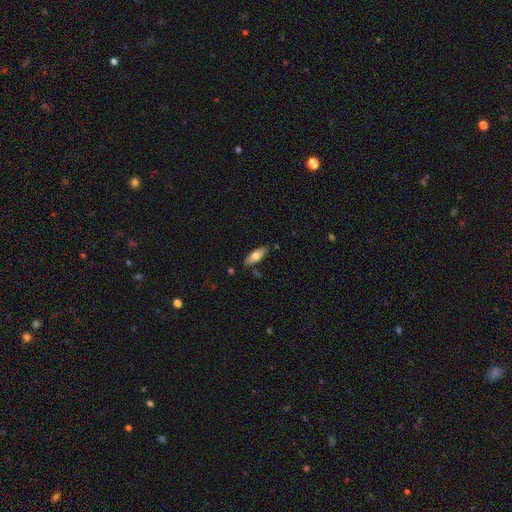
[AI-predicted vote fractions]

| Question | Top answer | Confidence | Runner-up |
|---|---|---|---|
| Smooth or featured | smooth | 65% | featured or disk (28%) |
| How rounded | in between | 60% | cigar-shaped (38%) |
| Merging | none | 81% | minor disturbance (13%) |